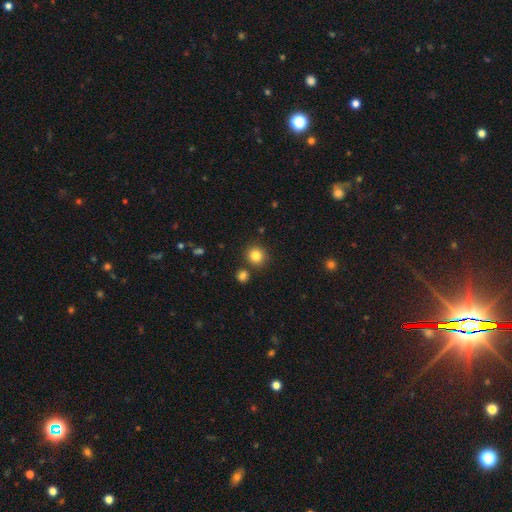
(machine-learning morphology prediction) Smooth or featured? Predicted: smooth (p=0.84). How rounded? Predicted: round (p=0.90). Merging? Predicted: none (p=0.83).